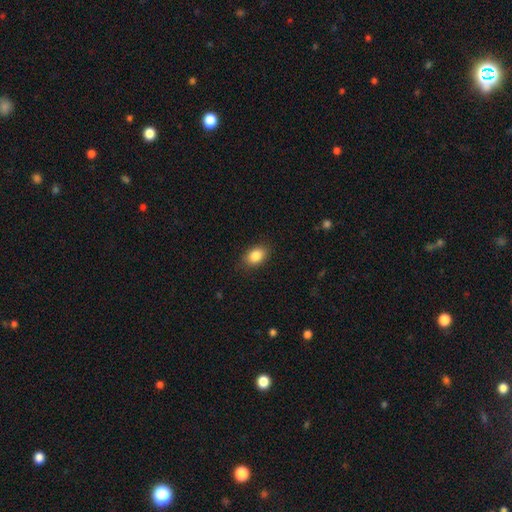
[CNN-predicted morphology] smooth_or_featured: smooth (p=0.86) [alt: star or artifact p=0.08]
how_rounded: in between (p=0.81) [alt: round p=0.17]
merging: none (p=0.86) [alt: minor disturbance p=0.10]